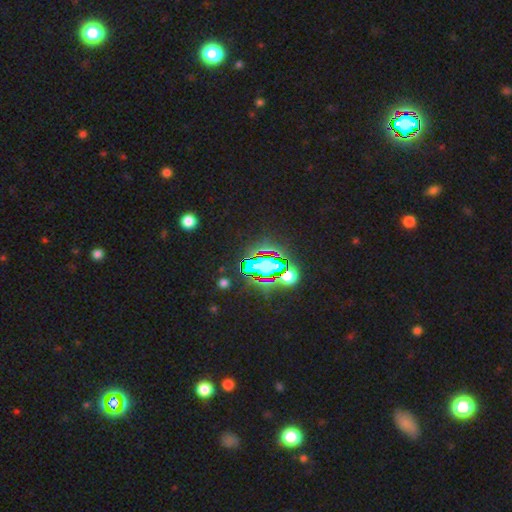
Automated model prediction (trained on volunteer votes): A star or artifact, not a galaxy (74%).

Vote fractions:
- Smooth or featured? star or artifact: 74% / smooth: 16% / featured or disk: 10%